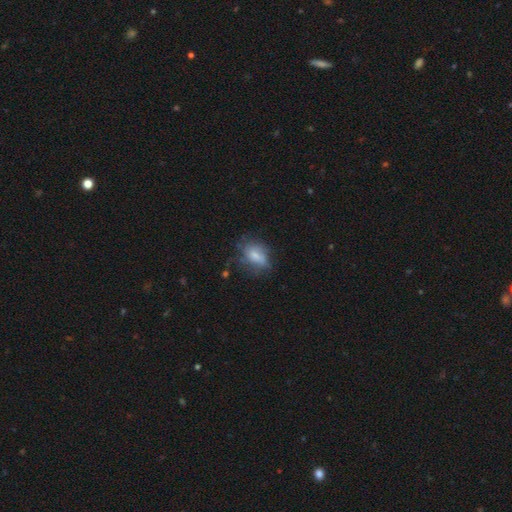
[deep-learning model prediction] Q: Smooth or featured?
A: smooth (62%); runner-up: featured or disk (28%)
Q: How rounded?
A: in between (74%); runner-up: round (23%)
Q: Merging?
A: none (47%); runner-up: minor disturbance (29%)